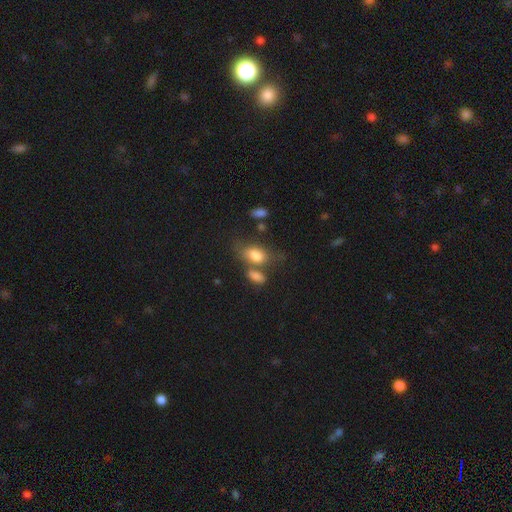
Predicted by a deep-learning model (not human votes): Smooth or featured: smooth — 78% (featured or disk — 13%)
How rounded: in between — 86% (round — 9%)
Merging: none — 41% (merger — 32%)